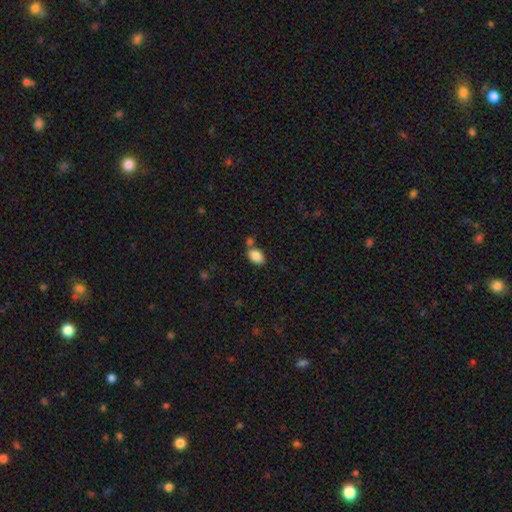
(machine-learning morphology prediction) Overall: smooth (86%). How rounded: in between (88%). Merging: none (62%).